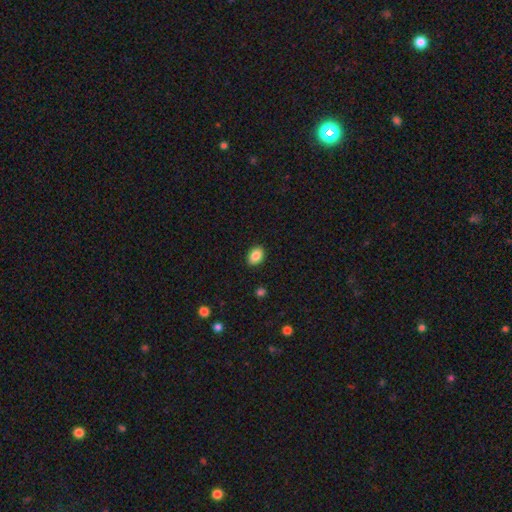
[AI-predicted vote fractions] Overall: smooth (86%). How rounded: in between (79%). Merging: none (89%).